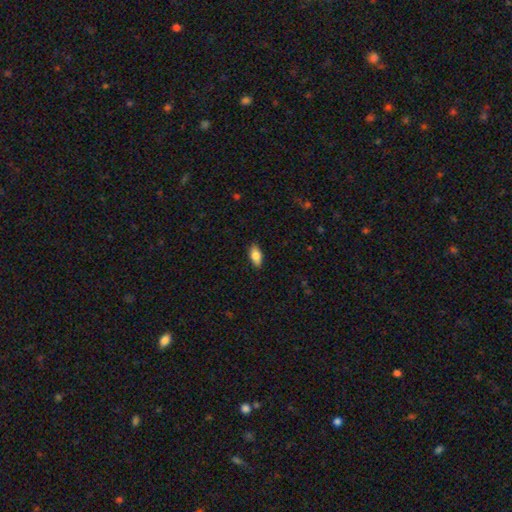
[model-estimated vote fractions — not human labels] The model was most divided on "smooth or featured": smooth: 79%, featured or disk: 14%, star or artifact: 7%. More confident: how rounded — in between (89%); merging — none (88%).